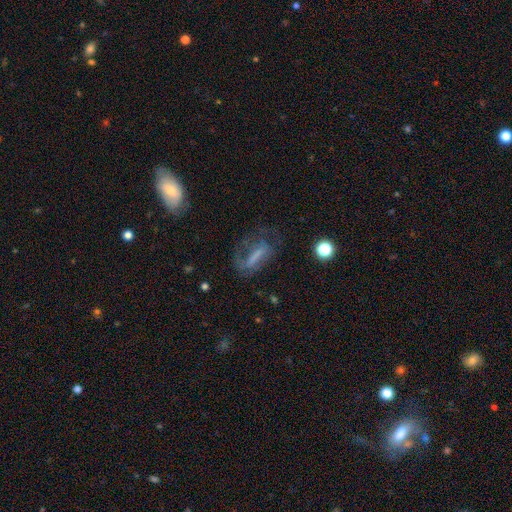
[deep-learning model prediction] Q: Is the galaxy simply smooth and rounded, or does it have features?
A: featured or disk — 48%.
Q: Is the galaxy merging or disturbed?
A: none — 43%.